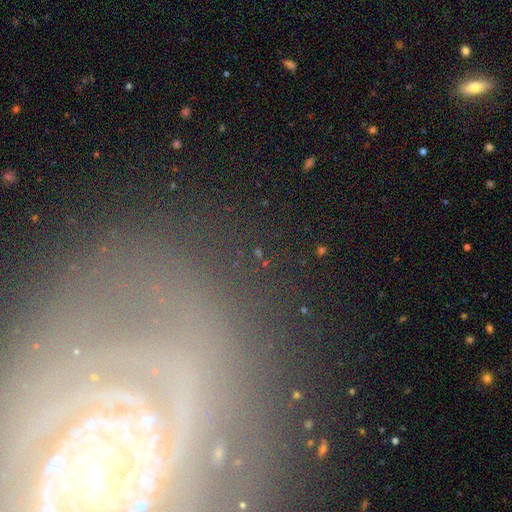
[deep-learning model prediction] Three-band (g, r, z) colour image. It shows a featured or disk galaxy (40%). Merging: none (75%).